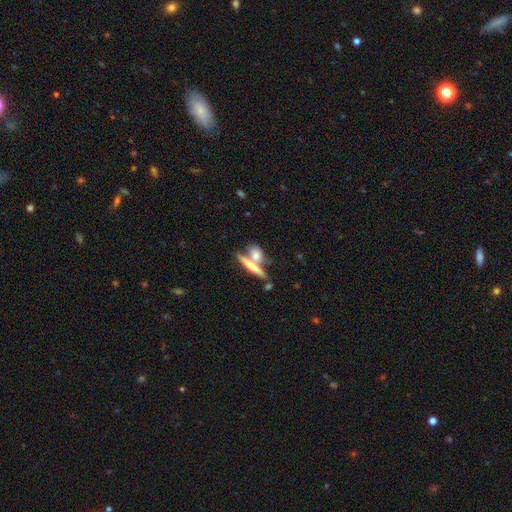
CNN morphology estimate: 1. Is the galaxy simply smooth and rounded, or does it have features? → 54% smooth, 38% featured or disk, 8% star or artifact.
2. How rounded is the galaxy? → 52% cigar-shaped, 30% in between, 18% round.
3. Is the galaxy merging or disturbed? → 48% none, 39% merger, 9% minor disturbance, 4% major disturbance.